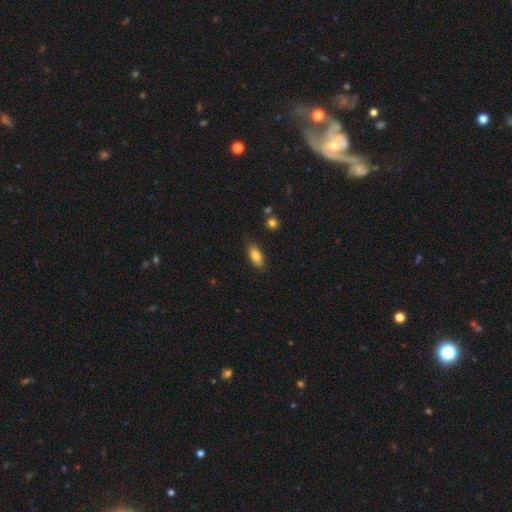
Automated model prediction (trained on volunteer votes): Q: Smooth or featured?
A: smooth (83%); runner-up: featured or disk (10%)
Q: How rounded?
A: in between (84%); runner-up: cigar-shaped (13%)
Q: Merging?
A: none (84%); runner-up: minor disturbance (12%)